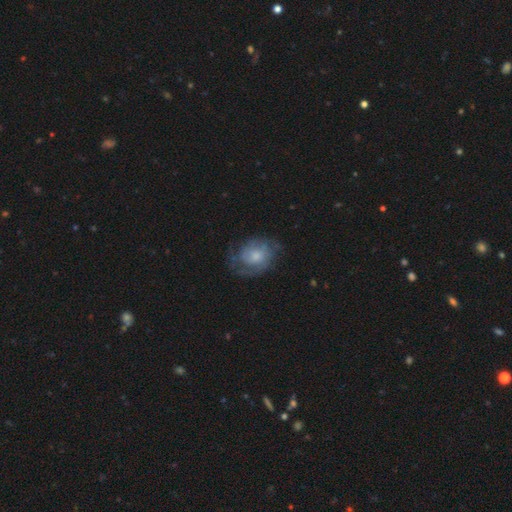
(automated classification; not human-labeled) A featured or disk galaxy (56%) with no bar (77%), spiral arms (77%) and a moderate central bulge (41%). Merging: none (59%).